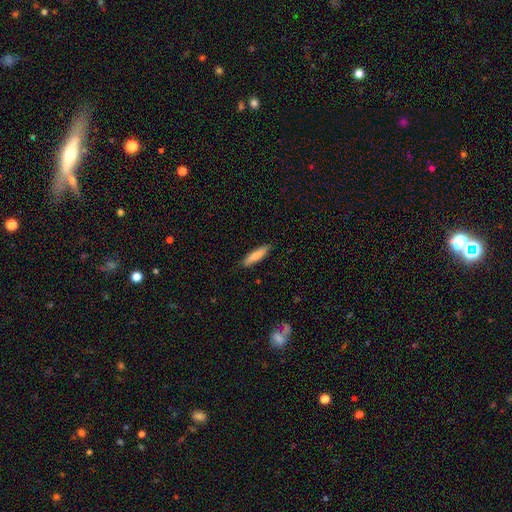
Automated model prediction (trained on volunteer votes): smooth-or-featured: smooth: 79% | featured or disk: 15% | star or artifact: 6%
  how-rounded: cigar-shaped: 78% | in between: 21% | round: 1%
  merging: none: 87% | minor disturbance: 10% | major disturbance: 2% | merger: 1%